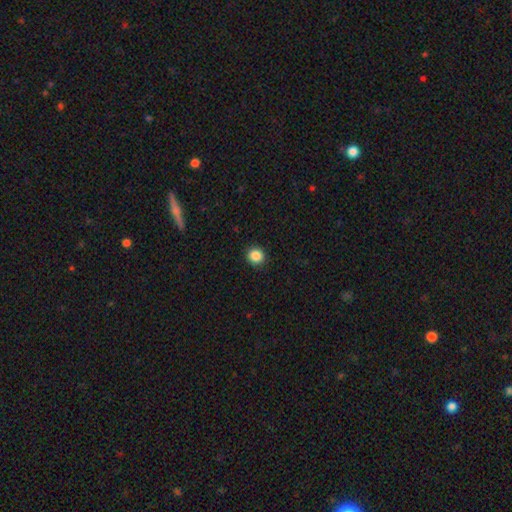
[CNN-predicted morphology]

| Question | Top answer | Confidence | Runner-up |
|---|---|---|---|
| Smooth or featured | smooth | 87% | star or artifact (10%) |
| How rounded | round | 89% | in between (10%) |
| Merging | none | 92% | minor disturbance (5%) |